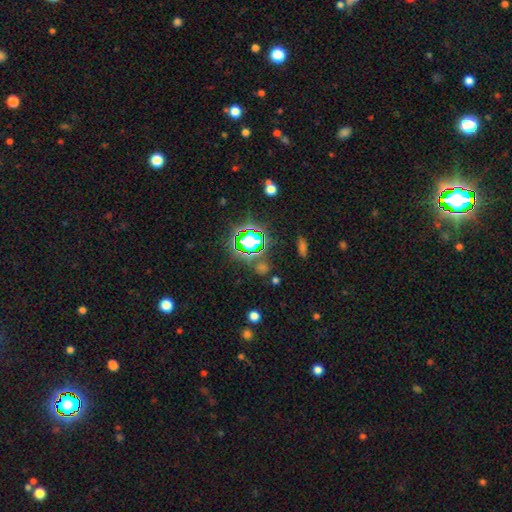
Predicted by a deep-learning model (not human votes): A star or artifact, not a galaxy (80%).